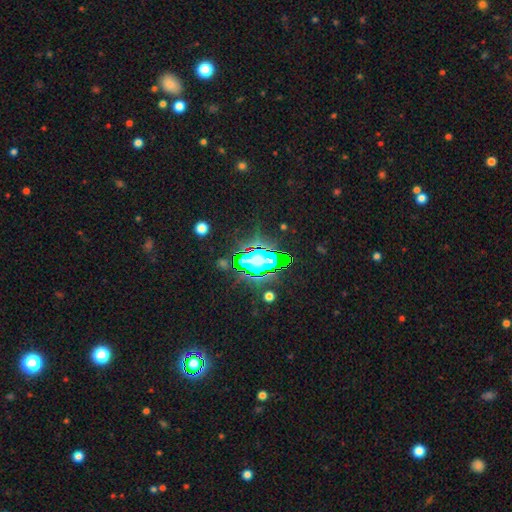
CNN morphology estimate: smooth-or-featured: star or artifact: 68% | smooth: 18% | featured or disk: 14%